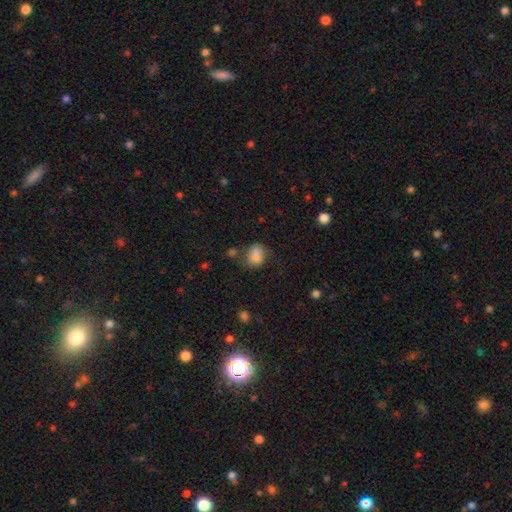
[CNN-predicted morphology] A smooth galaxy with no disk features (81%) that is in between round and cigar-shaped (61%).

Vote fractions:
- Smooth or featured? smooth: 81% / star or artifact: 10% / featured or disk: 8%
- How rounded? in between: 61% / round: 38% / cigar-shaped: 1%
- Merging? none: 50% / minor disturbance: 26% / major disturbance: 12% / merger: 11%